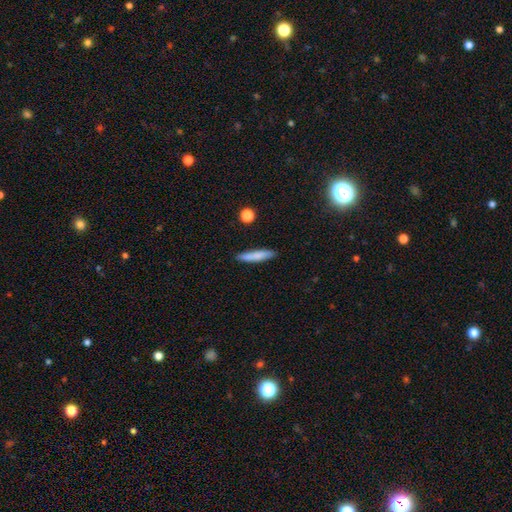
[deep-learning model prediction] Smooth or featured?
  - smooth: 79% *
  - featured or disk: 14%
  - star or artifact: 7%
How rounded?
  - cigar-shaped: 87% *
  - in between: 12%
  - round: 2%
Merging?
  - none: 87% *
  - minor disturbance: 9%
  - major disturbance: 2%
  - merger: 2%